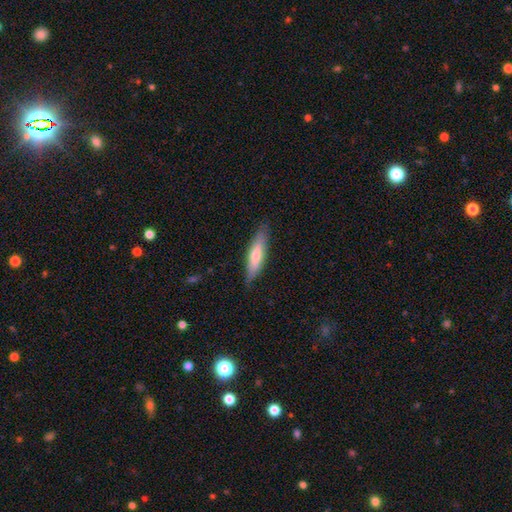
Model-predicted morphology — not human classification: This is possibly a smooth galaxy (58%). How rounded: likely cigar-shaped (78%). Merging: clearly none (86%).